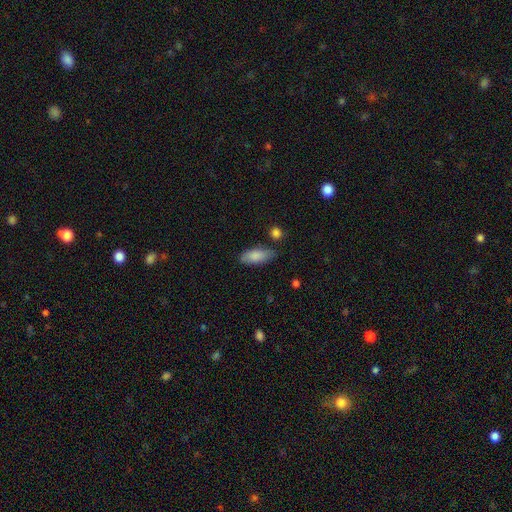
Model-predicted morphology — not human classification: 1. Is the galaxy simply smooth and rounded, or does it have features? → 85% smooth, 9% featured or disk, 6% star or artifact.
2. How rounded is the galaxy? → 81% in between, 16% cigar-shaped, 2% round.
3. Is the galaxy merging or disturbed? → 75% none, 17% minor disturbance, 4% merger, 4% major disturbance.